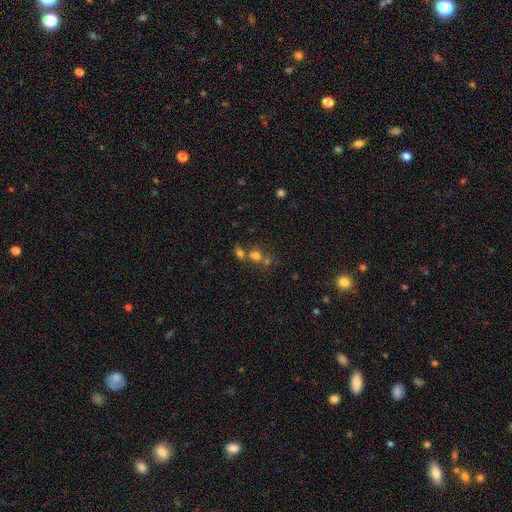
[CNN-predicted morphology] This appears to be a smooth galaxy with no disk features (66%) that is round (74%). Merging: merger (47%).